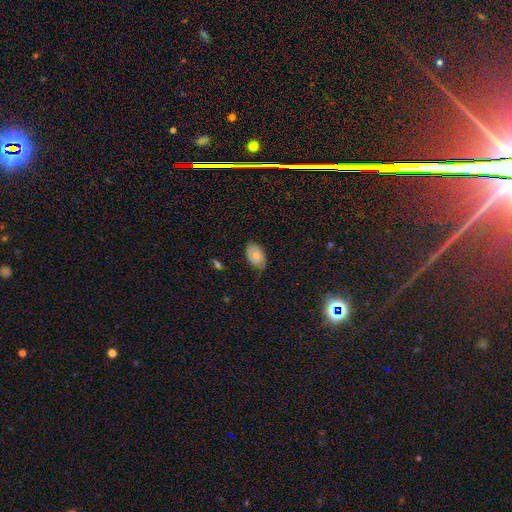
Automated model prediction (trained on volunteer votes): Smooth or featured? smooth (63%)
How rounded? in between (88%)
Merging? none (72%)